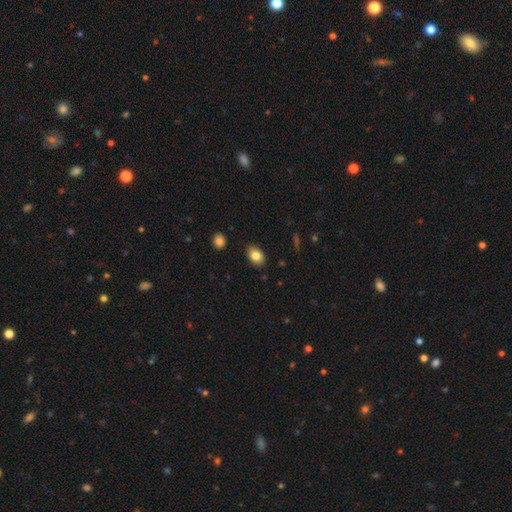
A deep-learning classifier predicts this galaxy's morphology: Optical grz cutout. It shows a smooth galaxy with no disk features (83%) that is in between round and cigar-shaped (80%). Merging: none (86%).